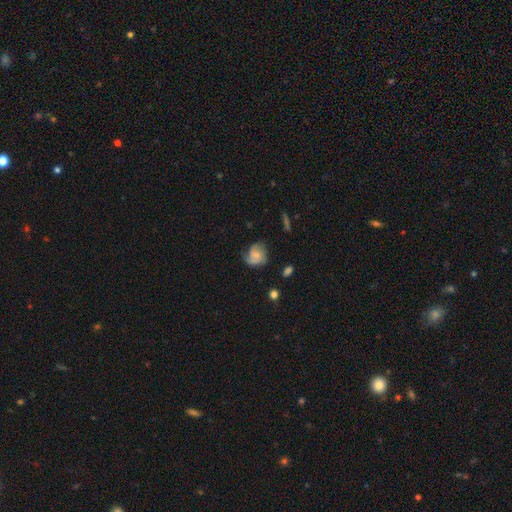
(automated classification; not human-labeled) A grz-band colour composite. It shows a featured or disk galaxy (56%) with no bar (63%), spiral arms (89%) and a small central bulge (49%). Merging: none (58%).